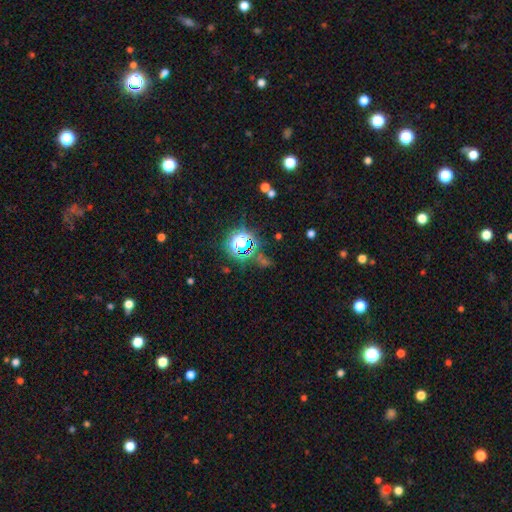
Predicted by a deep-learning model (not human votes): This appears to be a star or artifact, not a galaxy (76%).